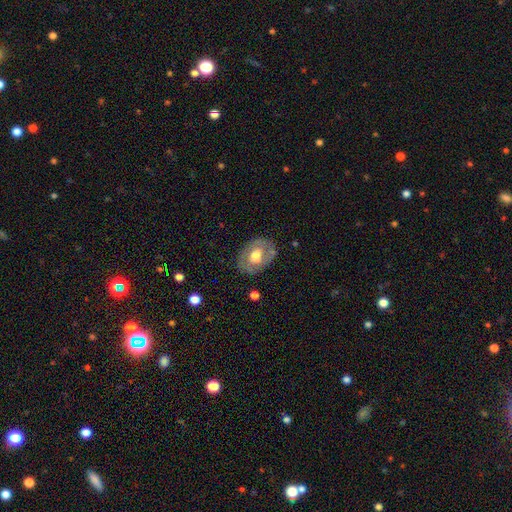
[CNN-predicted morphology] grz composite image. It shows a featured or disk galaxy (51%). Merging: none (71%).